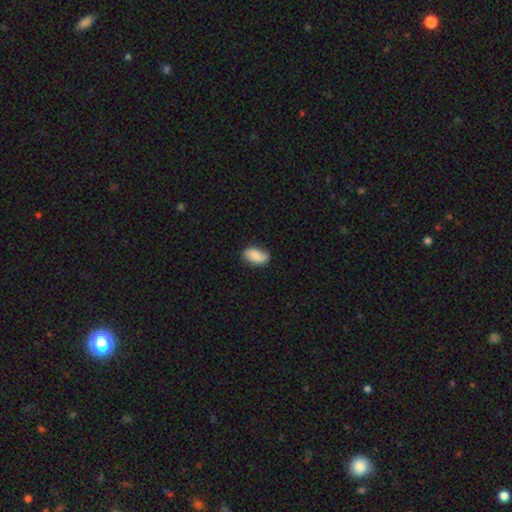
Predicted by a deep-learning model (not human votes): Smooth or featured?
  - smooth: 81% *
  - featured or disk: 12%
  - star or artifact: 7%
How rounded?
  - in between: 93% *
  - round: 4%
  - cigar-shaped: 3%
Merging?
  - none: 79% *
  - minor disturbance: 17%
  - major disturbance: 3%
  - merger: 1%